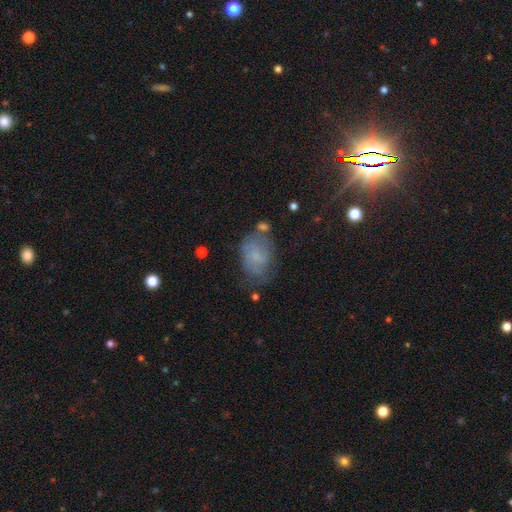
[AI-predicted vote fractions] Smooth or featured? Predicted: smooth (p=0.55). How rounded? Predicted: in between (p=0.81). Merging? Predicted: none (p=0.54).